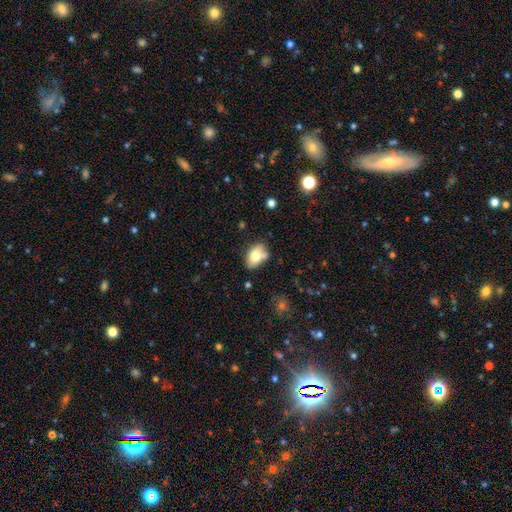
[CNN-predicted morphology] A smooth galaxy with no disk features (75%) that is in between round and cigar-shaped (88%).

Vote fractions:
- Smooth or featured? smooth: 75% / featured or disk: 17% / star or artifact: 8%
- How rounded? in between: 88% / round: 11% / cigar-shaped: 2%
- Merging? none: 63% / minor disturbance: 22% / merger: 11% / major disturbance: 5%